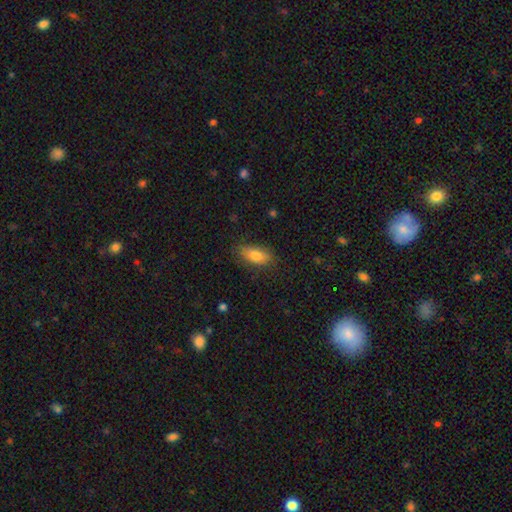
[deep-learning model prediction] A smooth galaxy with no disk features (80%) that is in between round and cigar-shaped (87%).

Vote fractions:
- Smooth or featured? smooth: 80% / featured or disk: 12% / star or artifact: 7%
- How rounded? in between: 87% / cigar-shaped: 8% / round: 4%
- Merging? none: 78% / minor disturbance: 17% / major disturbance: 4% / merger: 1%